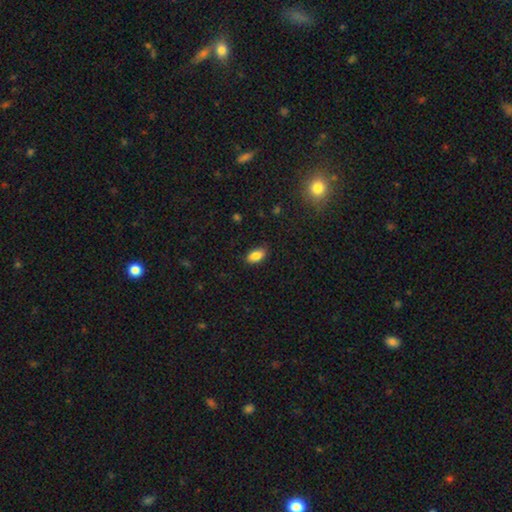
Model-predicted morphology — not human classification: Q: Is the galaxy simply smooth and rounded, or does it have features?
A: smooth — 86%.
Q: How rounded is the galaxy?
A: in between — 91%.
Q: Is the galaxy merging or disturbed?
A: none — 83%.